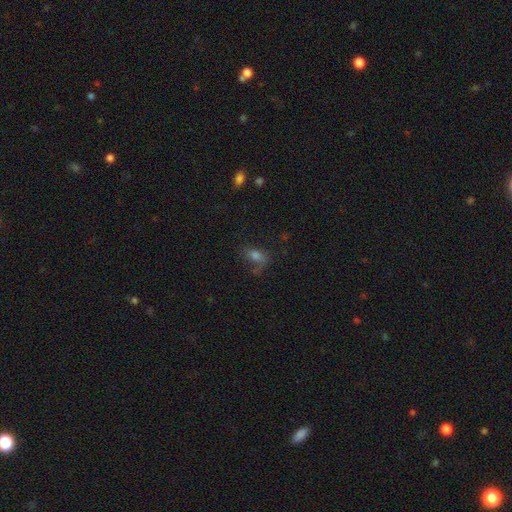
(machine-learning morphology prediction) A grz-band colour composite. It shows a smooth galaxy with no disk features (65%) that is in between round and cigar-shaped (80%). Merging: none (58%).